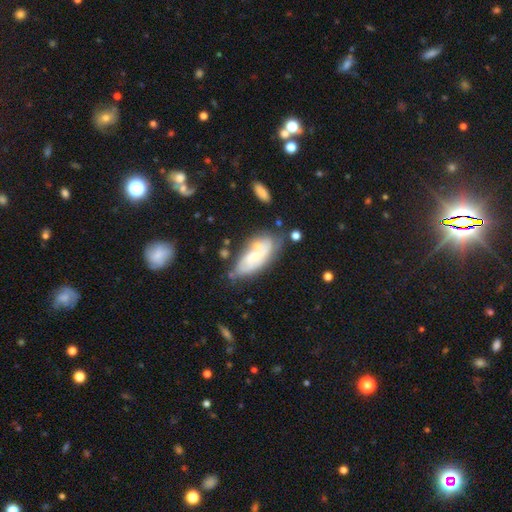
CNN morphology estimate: smooth_or_featured: featured or disk (p=0.58) [alt: smooth p=0.35]
disk_edge_on: no (p=0.88) [alt: yes p=0.12]
bar: no (p=0.63) [alt: weak p=0.30]
has_spiral_arms: yes (p=0.77) [alt: no p=0.23]
bulge_size: small (p=0.56) [alt: moderate p=0.34]
merging: none (p=0.56) [alt: minor disturbance p=0.23]